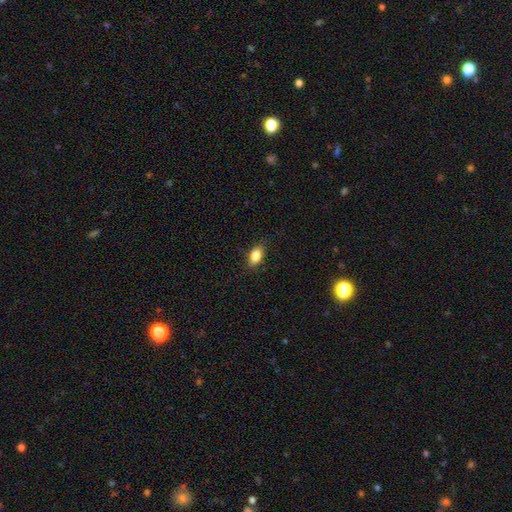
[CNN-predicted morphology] This appears to be a smooth galaxy with no disk features (83%) that is in between round and cigar-shaped (85%). Merging: none (84%).